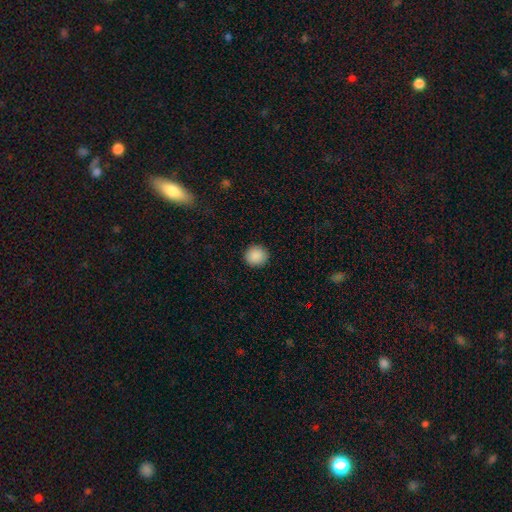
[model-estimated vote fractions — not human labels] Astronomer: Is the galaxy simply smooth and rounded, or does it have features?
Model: smooth — 90%.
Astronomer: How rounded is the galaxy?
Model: round — 89%.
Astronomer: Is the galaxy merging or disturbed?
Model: none — 92%.